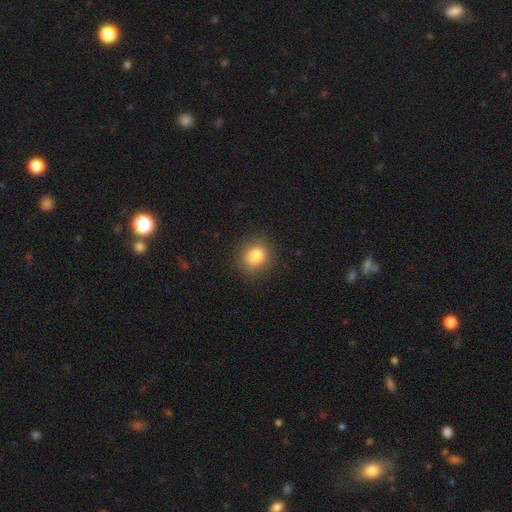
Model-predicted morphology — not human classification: This appears to be a smooth galaxy with no disk features (82%) that is round (78%). Merging: none (87%).